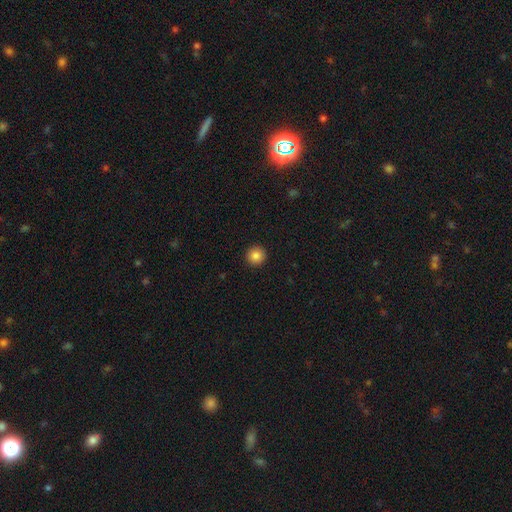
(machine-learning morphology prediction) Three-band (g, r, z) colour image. It shows a smooth galaxy with no disk features (86%) that is round (95%). Merging: none (94%).